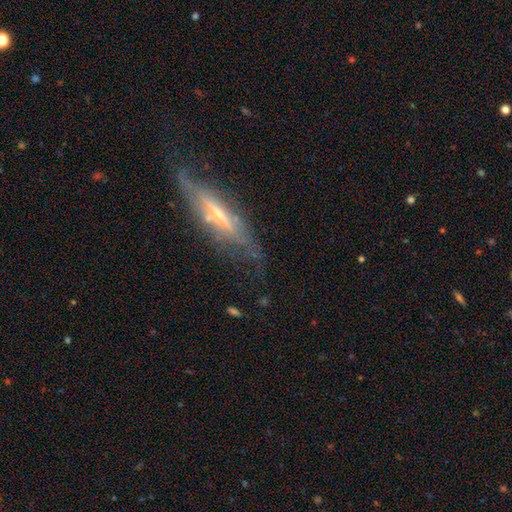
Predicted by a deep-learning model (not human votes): smooth-or-featured: featured or disk: 71% | smooth: 21% | star or artifact: 9%
  disk-edge-on: yes: 65% | no: 35%
  merging: none: 62% | minor disturbance: 23% | major disturbance: 12% | merger: 2%